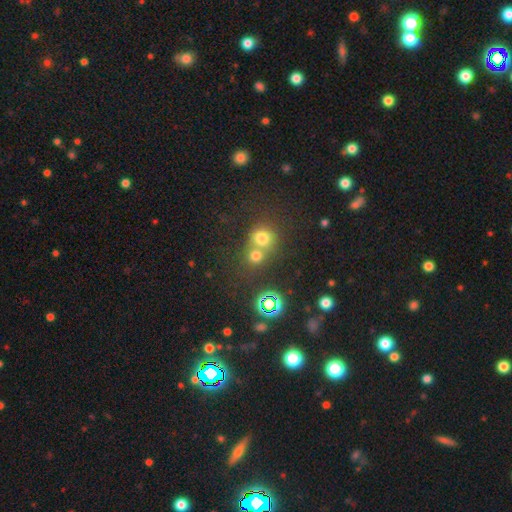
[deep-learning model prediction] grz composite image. It shows a smooth galaxy with no disk features (69%) that is round (85%). Merging: merger (47%).